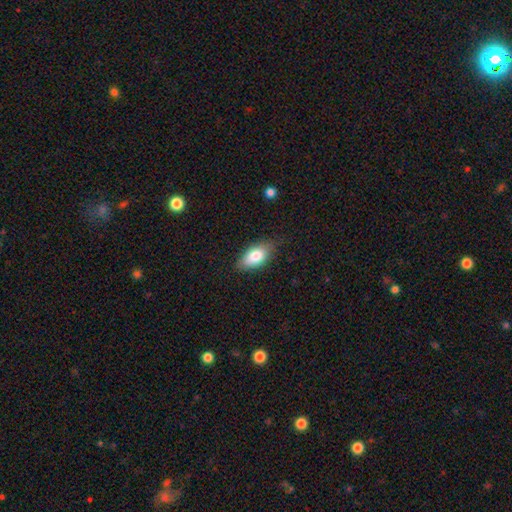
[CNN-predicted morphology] Smooth or featured? Predicted: smooth (p=0.78). How rounded? Predicted: in between (p=0.90). Merging? Predicted: none (p=0.77).